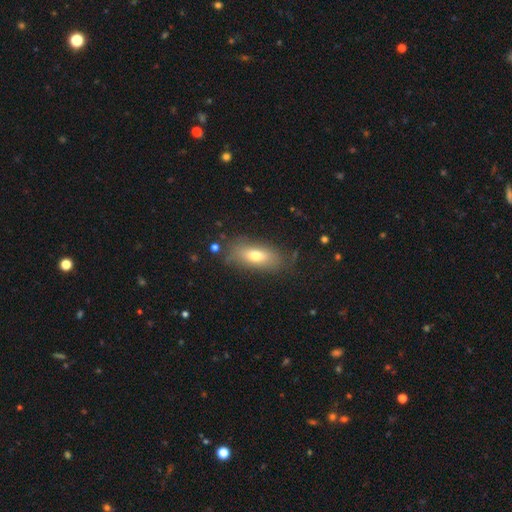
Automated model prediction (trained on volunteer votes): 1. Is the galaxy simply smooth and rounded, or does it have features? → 69% smooth, 22% featured or disk, 9% star or artifact.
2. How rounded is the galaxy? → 75% in between, 20% cigar-shaped, 5% round.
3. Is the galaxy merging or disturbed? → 77% none, 16% minor disturbance, 5% major disturbance, 2% merger.